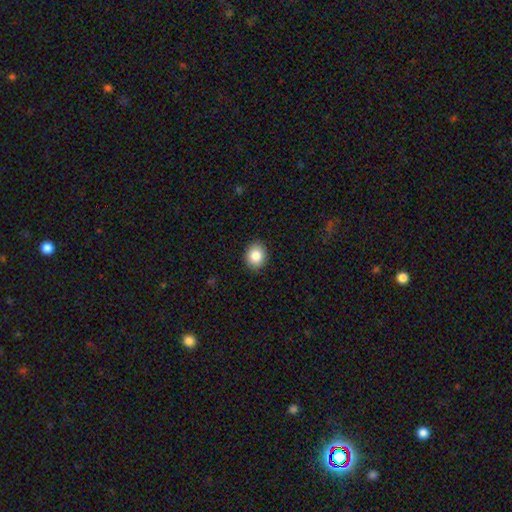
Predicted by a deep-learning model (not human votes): Smooth or featured? smooth (86%)
How rounded? round (61%)
Merging? none (90%)